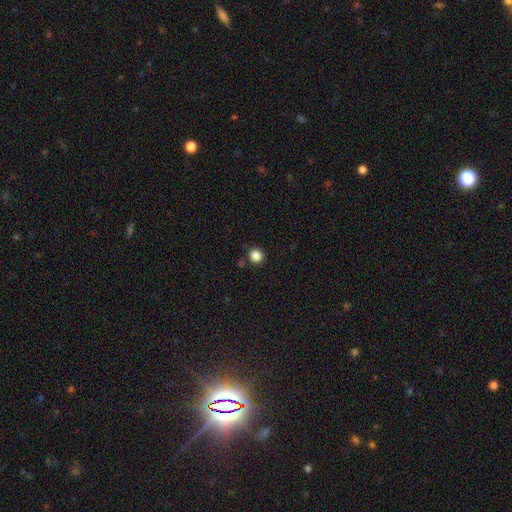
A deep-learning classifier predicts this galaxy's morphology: smooth 85%, star or artifact 12%, featured or disk 3%. Down the decision tree: how rounded — round (95%); merging — none (86%).